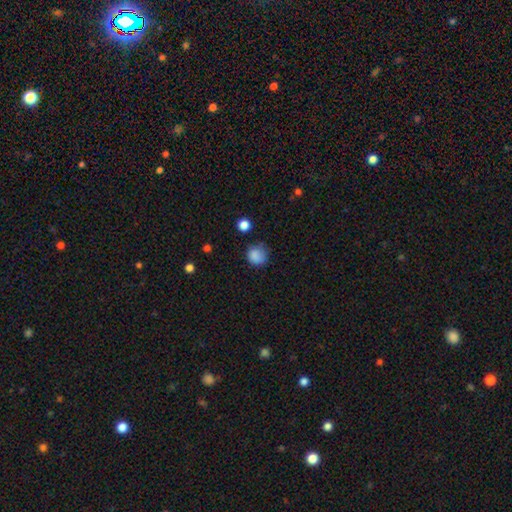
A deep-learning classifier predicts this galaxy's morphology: This appears to be a smooth galaxy with no disk features (85%) that is round (83%). Merging: none (65%).